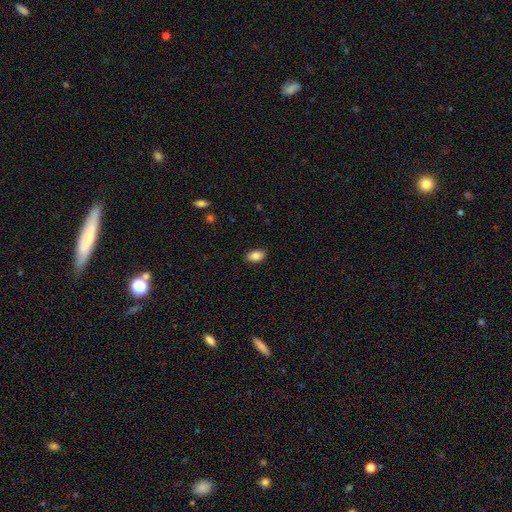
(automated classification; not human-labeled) smooth 85%, featured or disk 8%, star or artifact 8%. Down the decision tree: how rounded — in between (90%); merging — none (88%).